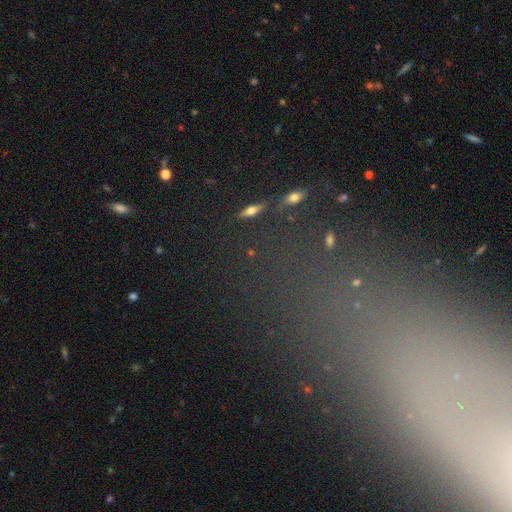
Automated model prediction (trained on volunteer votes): The model was most divided on "smooth or featured": star or artifact: 57%, smooth: 24%, featured or disk: 19%.